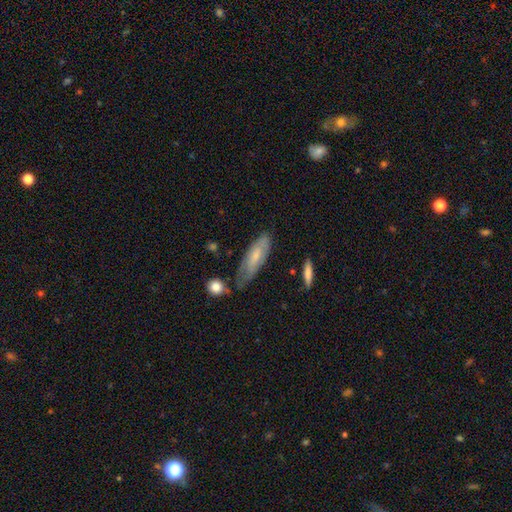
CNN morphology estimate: Overall: smooth (54%; featured or disk 40%). How rounded: in between (59%; cigar-shaped 39%). Merging: none (57%; minor disturbance 30%).